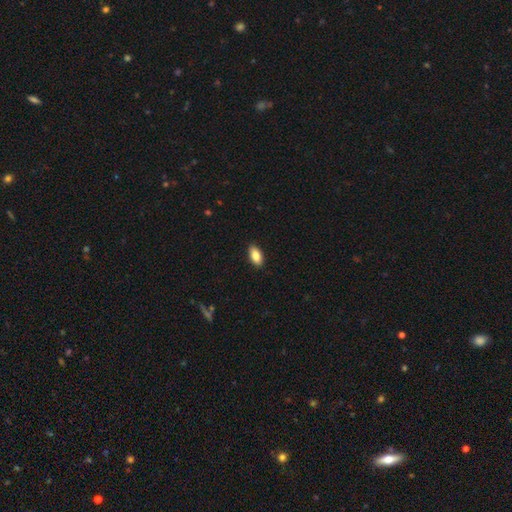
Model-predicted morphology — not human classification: smooth_or_featured: smooth (p=0.85) [alt: featured or disk p=0.08]
how_rounded: in between (p=0.92) [alt: cigar-shaped p=0.05]
merging: none (p=0.89) [alt: minor disturbance p=0.08]